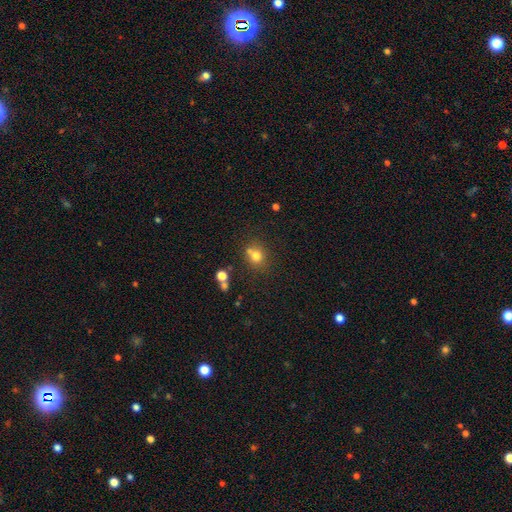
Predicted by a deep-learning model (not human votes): The model was most divided on "merging": none: 58%, merger: 26%, minor disturbance: 11%, major disturbance: 4%. More confident: how rounded — round (78%); smooth or featured — smooth (74%).